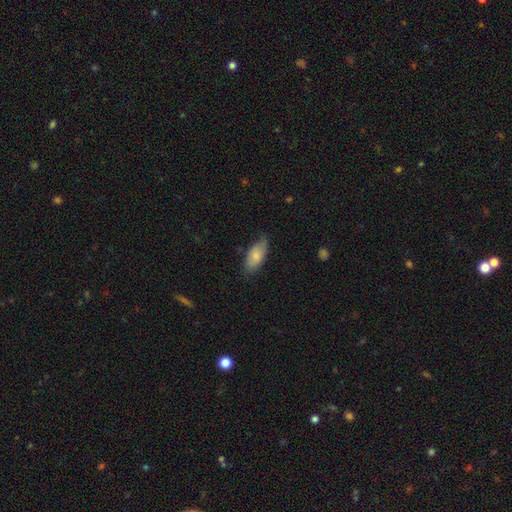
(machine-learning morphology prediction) This appears to be a smooth galaxy with no disk features (78%) that is in between round and cigar-shaped (89%). Merging: none (66%).